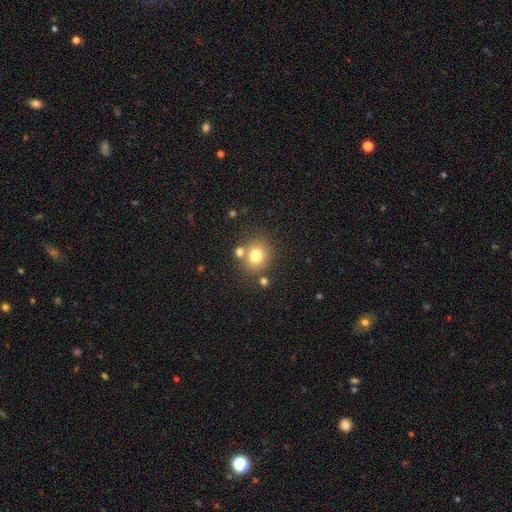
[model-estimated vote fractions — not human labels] The model was most divided on "merging": none: 71%, merger: 16%, minor disturbance: 9%, major disturbance: 4%. More confident: how rounded — round (86%); smooth or featured — smooth (75%).